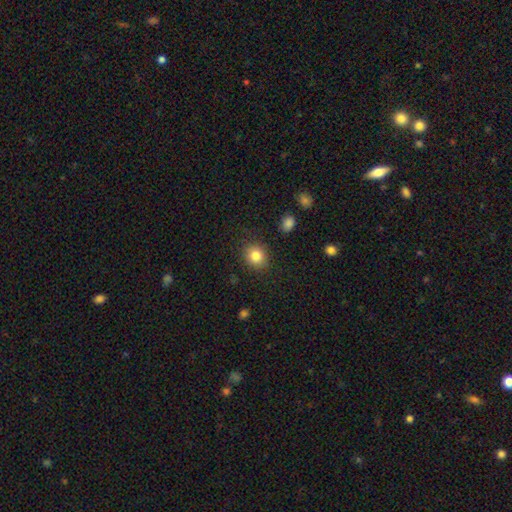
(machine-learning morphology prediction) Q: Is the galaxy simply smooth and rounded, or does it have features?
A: smooth — 83%.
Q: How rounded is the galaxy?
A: round — 77%.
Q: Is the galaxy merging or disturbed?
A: none — 88%.